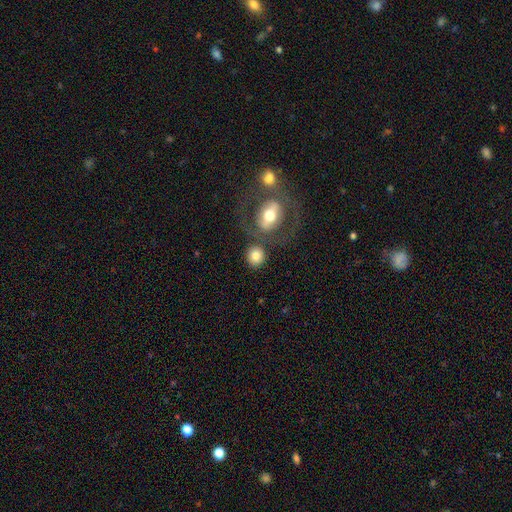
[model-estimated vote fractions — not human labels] smooth-or-featured: smooth: 72% | featured or disk: 20% | star or artifact: 8%
  how-rounded: round: 82% | in between: 16% | cigar-shaped: 1%
  merging: none: 64% | merger: 20% | minor disturbance: 10% | major disturbance: 6%